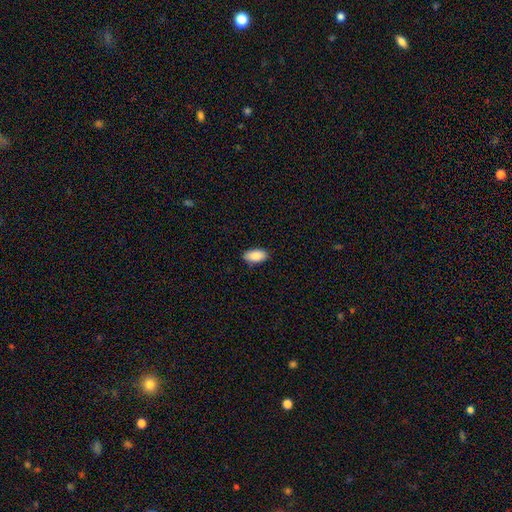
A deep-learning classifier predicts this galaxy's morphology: This is clearly a smooth galaxy (88%). How rounded: clearly in between (94%). Merging: clearly none (87%).